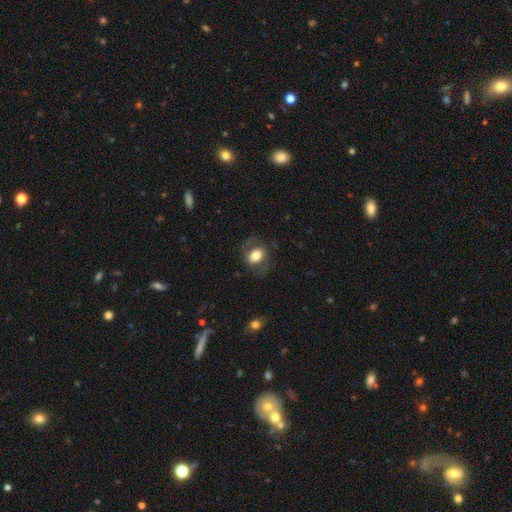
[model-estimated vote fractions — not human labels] Smooth or featured? Predicted: smooth (p=0.65). How rounded? Predicted: in between (p=0.59). Merging? Predicted: none (p=0.72).